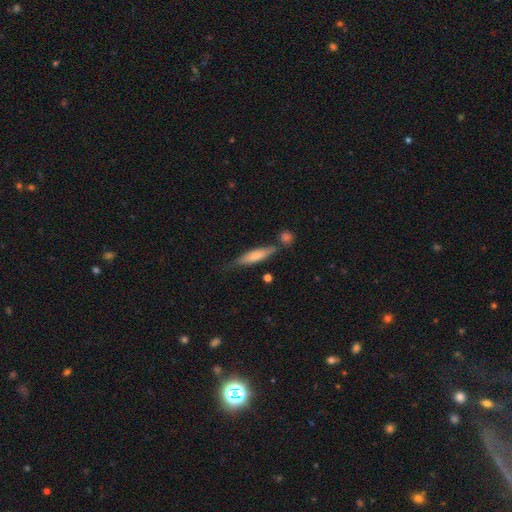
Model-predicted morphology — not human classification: Overall: smooth (65%; featured or disk 30%). How rounded: cigar-shaped (80%). Merging: none (63%).